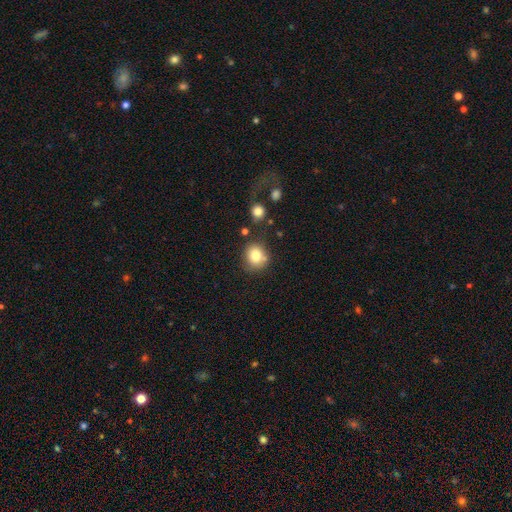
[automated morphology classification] Smooth or featured: smooth — 81% (star or artifact — 10%)
How rounded: round — 79% (in between — 20%)
Merging: none — 71% (minor disturbance — 15%)